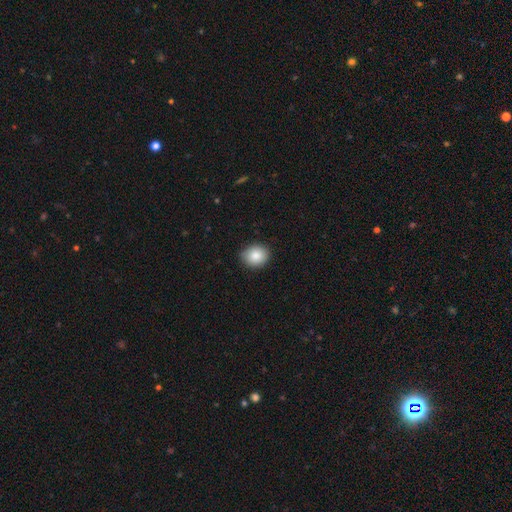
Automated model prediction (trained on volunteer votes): Smooth or featured: smooth — 85% (star or artifact — 8%)
How rounded: round — 68% (in between — 31%)
Merging: none — 88% (minor disturbance — 10%)